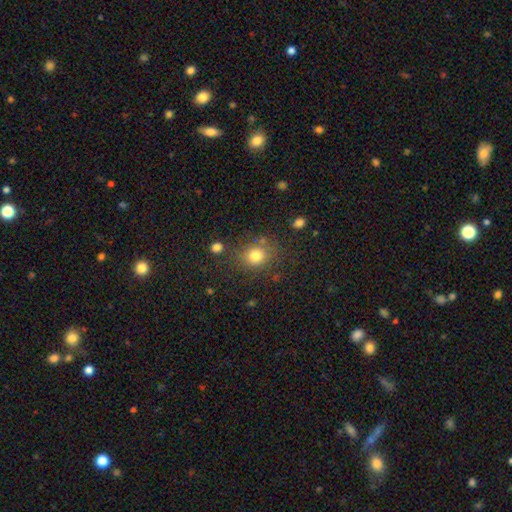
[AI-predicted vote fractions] This appears to be a smooth galaxy with no disk features (78%) that is round (70%). Merging: none (77%).